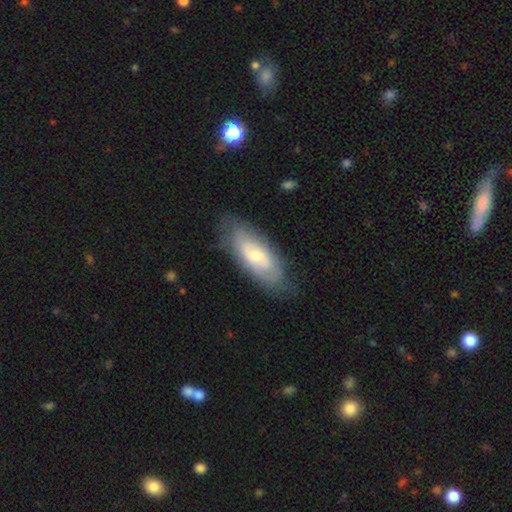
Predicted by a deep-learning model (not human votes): Smooth or featured?
  - featured or disk: 51% *
  - smooth: 43%
  - star or artifact: 6%
Edge-on disk?
  - no: 85% *
  - yes: 15%
Merging?
  - none: 74% *
  - minor disturbance: 19%
  - major disturbance: 5%
  - merger: 1%